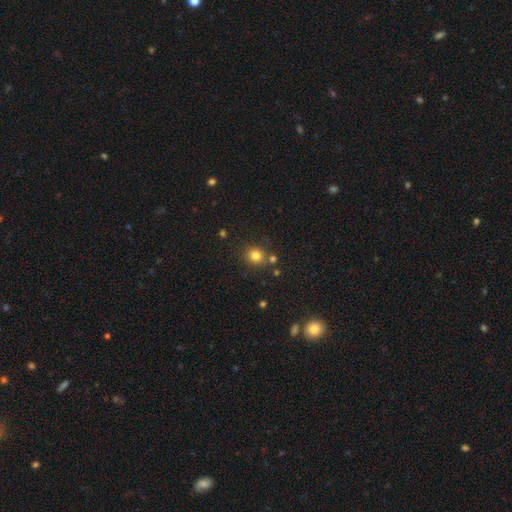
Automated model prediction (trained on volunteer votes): Smooth or featured: smooth — 80% (star or artifact — 14%)
How rounded: round — 84% (in between — 15%)
Merging: none — 76% (merger — 11%)